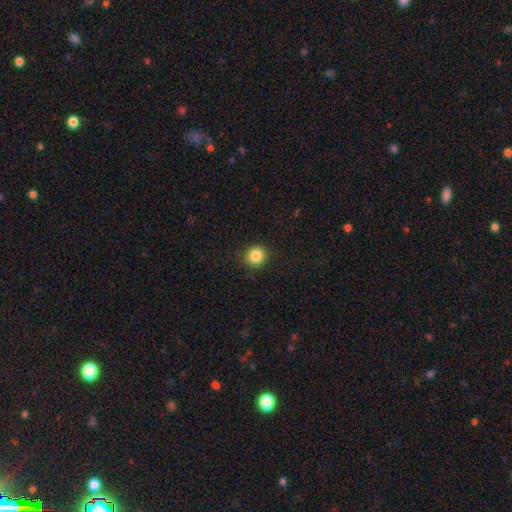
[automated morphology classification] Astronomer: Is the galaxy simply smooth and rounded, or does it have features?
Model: smooth — 85%.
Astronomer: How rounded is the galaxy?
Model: round — 86%.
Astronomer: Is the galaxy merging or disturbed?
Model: none — 89%.